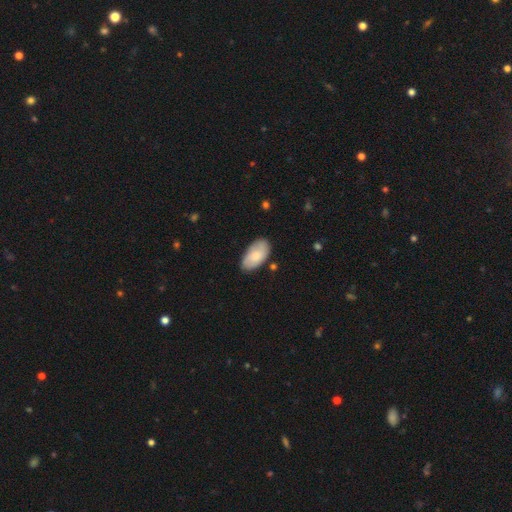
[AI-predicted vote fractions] Smooth or featured: smooth — 75% (featured or disk — 19%)
How rounded: in between — 95% (round — 3%)
Merging: none — 76% (minor disturbance — 18%)